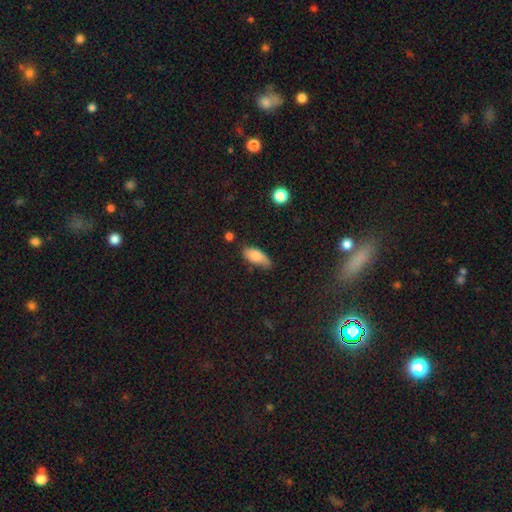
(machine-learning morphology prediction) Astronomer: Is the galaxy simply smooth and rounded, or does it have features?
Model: smooth — 81%.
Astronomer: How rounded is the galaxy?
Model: in between — 84%.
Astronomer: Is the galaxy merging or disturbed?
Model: none — 63%.